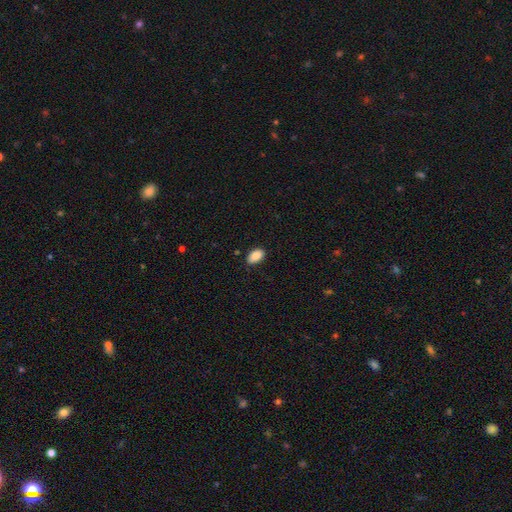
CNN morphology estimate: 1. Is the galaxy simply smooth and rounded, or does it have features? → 89% smooth, 7% star or artifact, 4% featured or disk.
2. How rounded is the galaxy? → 93% in between, 6% round, 2% cigar-shaped.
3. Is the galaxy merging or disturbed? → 83% none, 13% minor disturbance, 2% major disturbance, 1% merger.